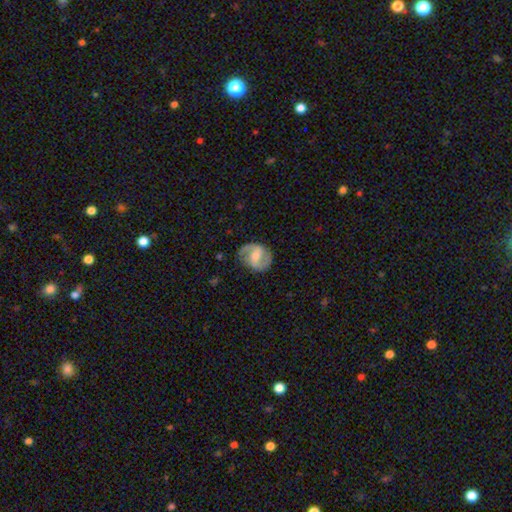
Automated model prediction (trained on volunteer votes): featured or disk 82%, smooth 13%, star or artifact 5%. Down the decision tree: edge-on disk — no (98%); bar — weak (47%); spiral arms — yes (93%); spiral arm count — 2 (91%); spiral winding — medium (53%); bulge size — moderate (52%); merging — none (82%).